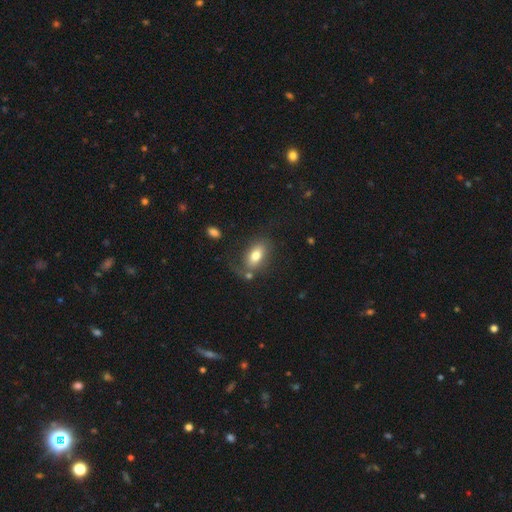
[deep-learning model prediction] Smooth or featured: smooth — 74% (featured or disk — 18%)
How rounded: in between — 88% (round — 8%)
Merging: none — 60% (minor disturbance — 18%)